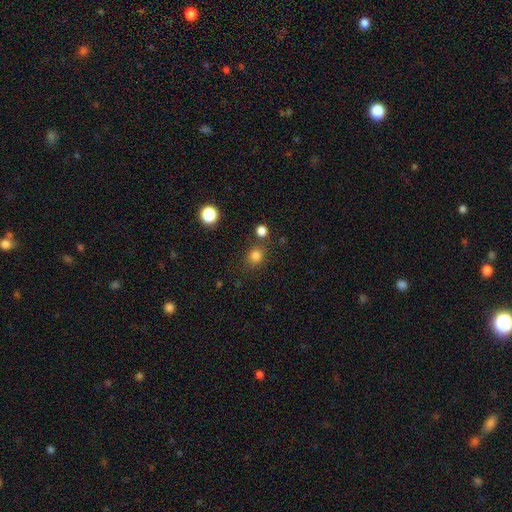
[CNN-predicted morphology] smooth_or_featured: smooth (p=0.80) [alt: star or artifact p=0.15]
how_rounded: round (p=0.78) [alt: in between p=0.21]
merging: none (p=0.77) [alt: minor disturbance p=0.11]